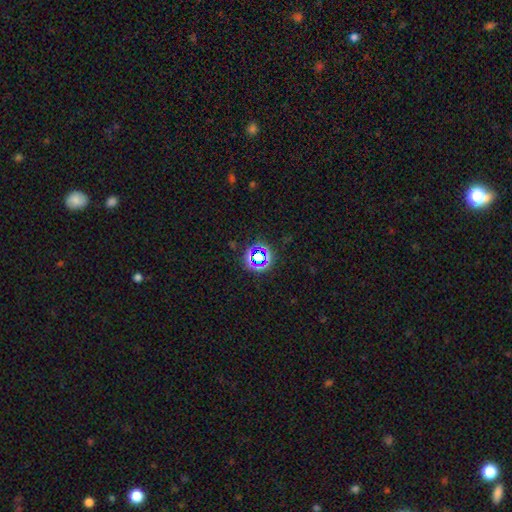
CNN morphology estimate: type=star or artifact (66%).